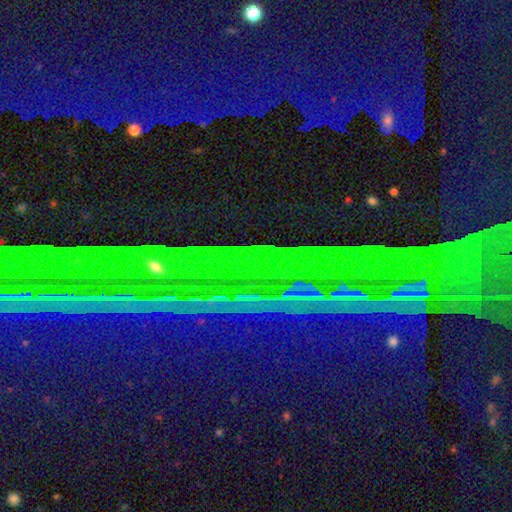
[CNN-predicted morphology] type=star or artifact (85%).